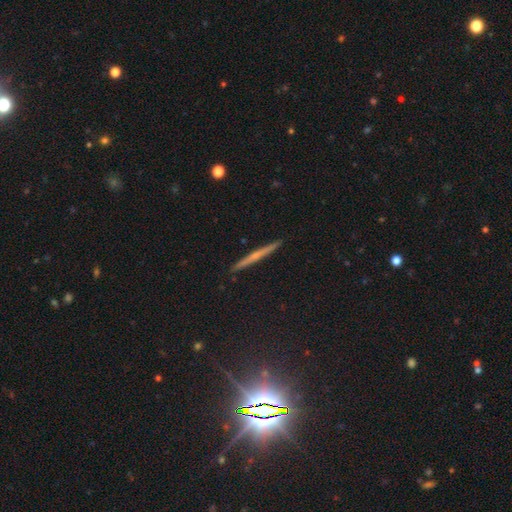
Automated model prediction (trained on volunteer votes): The model was most divided on "smooth or featured": featured or disk: 56%, smooth: 35%, star or artifact: 9%. More confident: edge-on disk — yes (98%); merging — none (92%); edge-on bulge — none (60%).